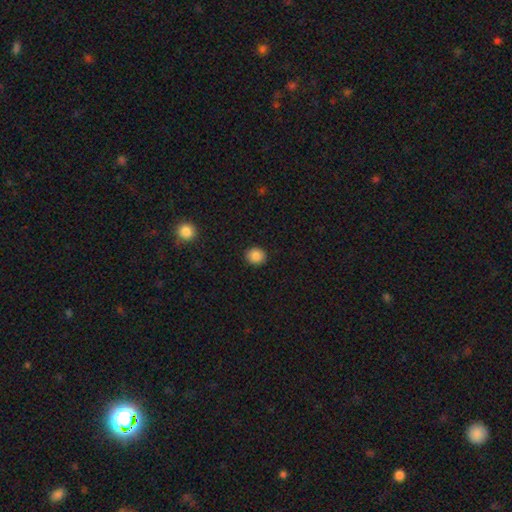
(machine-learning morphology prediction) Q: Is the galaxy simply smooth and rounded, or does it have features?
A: smooth — 87%.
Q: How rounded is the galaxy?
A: round — 77%.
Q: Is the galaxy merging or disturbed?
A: none — 91%.